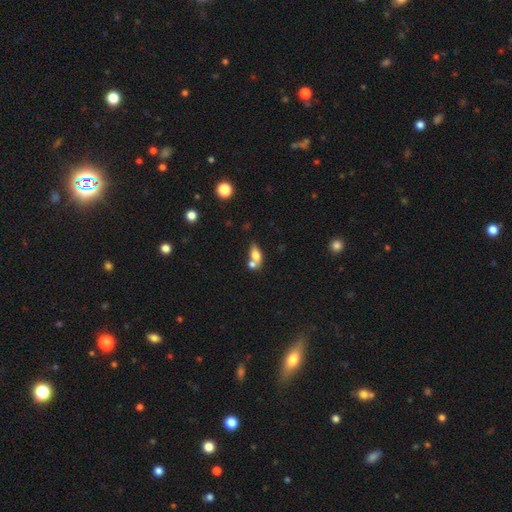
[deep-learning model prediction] smooth_or_featured: smooth (p=0.72) [alt: featured or disk p=0.18]
how_rounded: in between (p=0.78) [alt: round p=0.14]
merging: merger (p=0.53) [alt: none p=0.32]